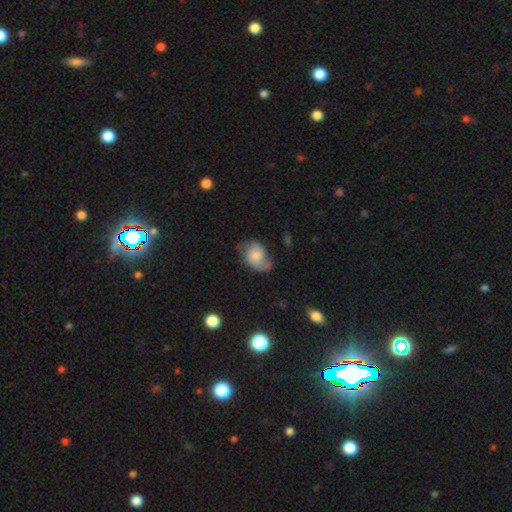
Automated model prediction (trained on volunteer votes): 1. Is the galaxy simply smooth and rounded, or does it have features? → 56% featured or disk, 36% smooth, 8% star or artifact.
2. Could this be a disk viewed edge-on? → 97% no, 3% yes.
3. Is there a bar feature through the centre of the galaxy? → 64% no, 31% weak, 5% strong.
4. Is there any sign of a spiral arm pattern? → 89% yes, 11% no.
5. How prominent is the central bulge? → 27% moderate, 25% small, 24% none, 20% large, 4% dominant.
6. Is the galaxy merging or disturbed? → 54% none, 28% minor disturbance, 14% major disturbance, 3% merger.